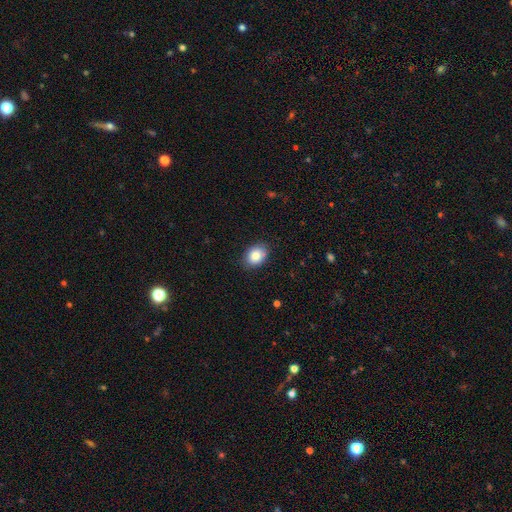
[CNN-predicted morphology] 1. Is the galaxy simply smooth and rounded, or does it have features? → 86% smooth, 8% star or artifact, 6% featured or disk.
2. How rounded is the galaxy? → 67% in between, 32% round, 1% cigar-shaped.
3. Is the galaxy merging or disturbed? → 82% none, 14% minor disturbance, 3% major disturbance, 1% merger.